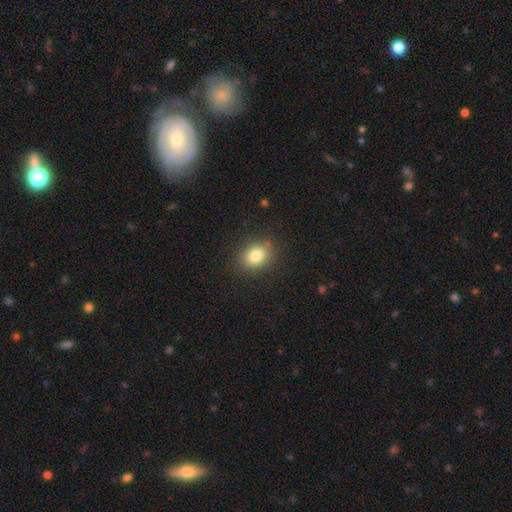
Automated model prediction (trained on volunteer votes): Smooth or featured? Predicted: smooth (p=0.82). How rounded? Predicted: in between (p=0.51). Merging? Predicted: none (p=0.86).